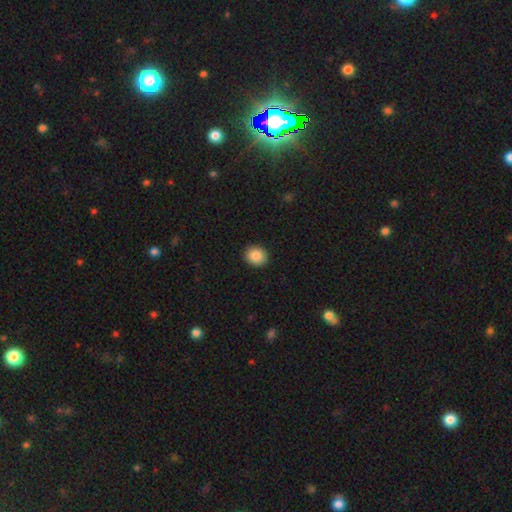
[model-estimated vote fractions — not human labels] Q: Smooth or featured?
A: smooth (86%); runner-up: star or artifact (9%)
Q: How rounded?
A: round (76%); runner-up: in between (23%)
Q: Merging?
A: none (91%); runner-up: minor disturbance (6%)